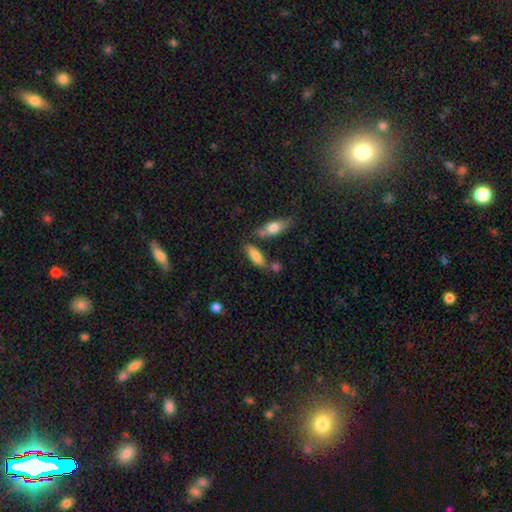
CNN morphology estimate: The model was most divided on "how rounded": in between: 59%, cigar-shaped: 38%, round: 2%. More confident: smooth or featured — smooth (73%); merging — none (61%).